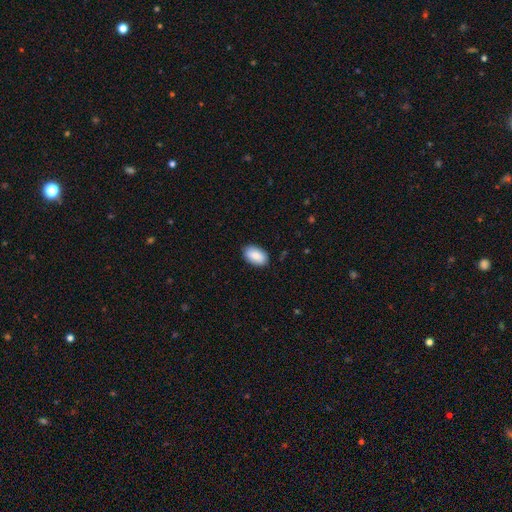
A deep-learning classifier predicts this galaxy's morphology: smooth 89%, star or artifact 6%, featured or disk 5%. Down the decision tree: how rounded — in between (94%); merging — none (87%).